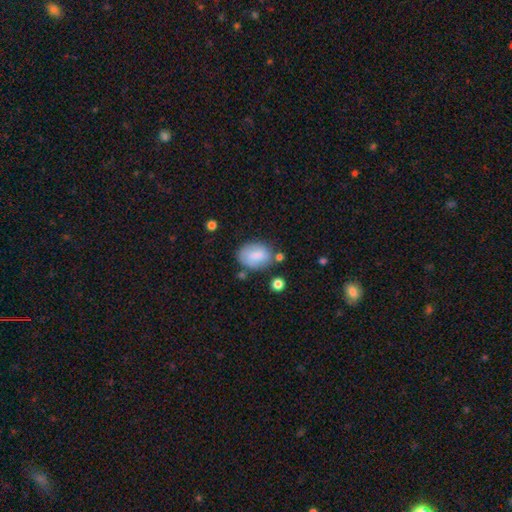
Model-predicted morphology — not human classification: A smooth galaxy with no disk features (84%) that is in between round and cigar-shaped (77%).

Vote fractions:
- Smooth or featured? smooth: 84% / featured or disk: 9% / star or artifact: 7%
- How rounded? in between: 77% / round: 22% / cigar-shaped: 1%
- Merging? none: 68% / minor disturbance: 19% / merger: 8% / major disturbance: 6%